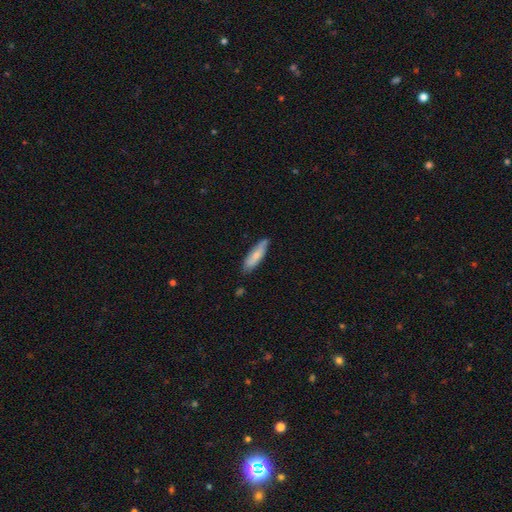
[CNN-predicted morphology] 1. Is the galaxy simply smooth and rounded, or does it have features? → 73% smooth, 21% featured or disk, 6% star or artifact.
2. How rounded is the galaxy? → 62% cigar-shaped, 36% in between, 1% round.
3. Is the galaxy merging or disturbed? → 76% none, 19% minor disturbance, 3% major disturbance, 2% merger.